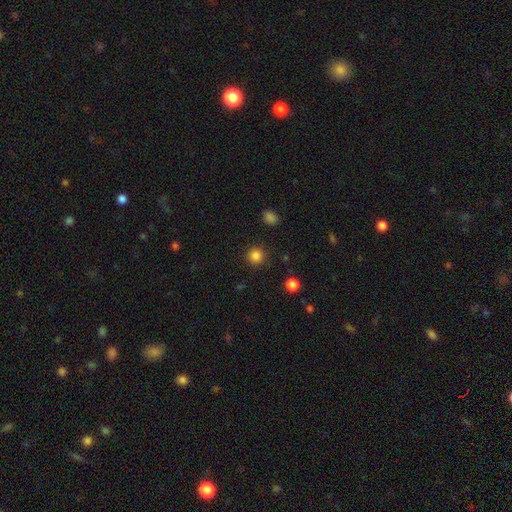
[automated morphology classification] smooth 85%, star or artifact 12%, featured or disk 3%. Down the decision tree: how rounded — round (94%); merging — none (91%).